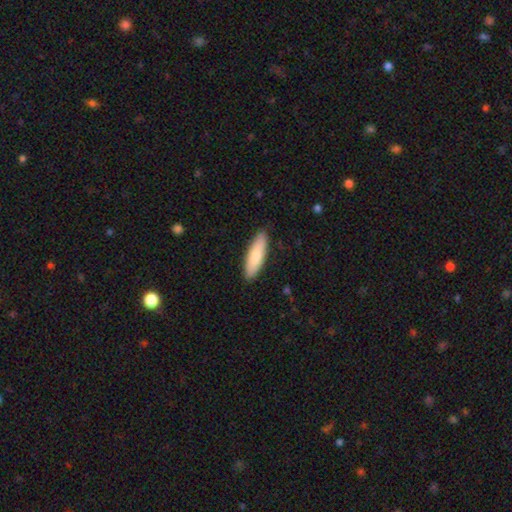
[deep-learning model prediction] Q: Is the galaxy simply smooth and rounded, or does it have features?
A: smooth — 82%.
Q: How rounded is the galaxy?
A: cigar-shaped — 55%.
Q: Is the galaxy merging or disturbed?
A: none — 89%.